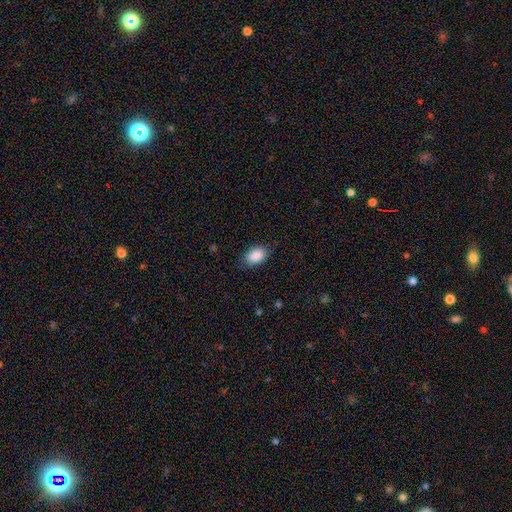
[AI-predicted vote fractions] This is clearly a smooth galaxy (89%). How rounded: clearly in between (89%). Merging: clearly none (81%).